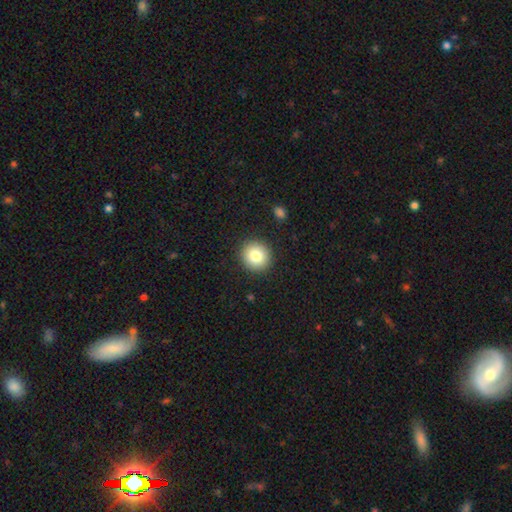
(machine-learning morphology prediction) Smooth or featured: smooth — 81% (star or artifact — 10%)
How rounded: round — 92% (in between — 7%)
Merging: none — 91% (minor disturbance — 6%)